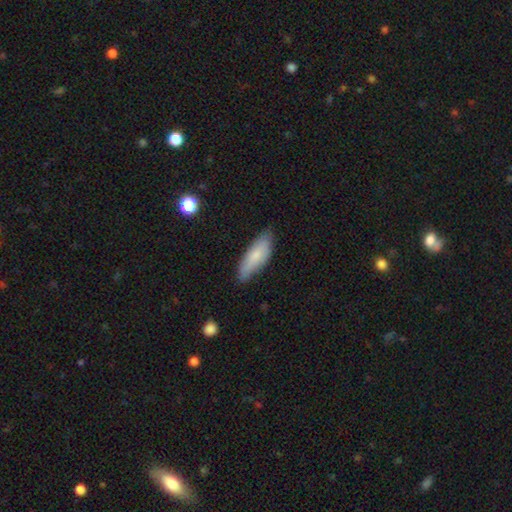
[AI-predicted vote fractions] Overall: smooth (75%). How rounded: in between (61%; cigar-shaped 38%). Merging: none (76%).